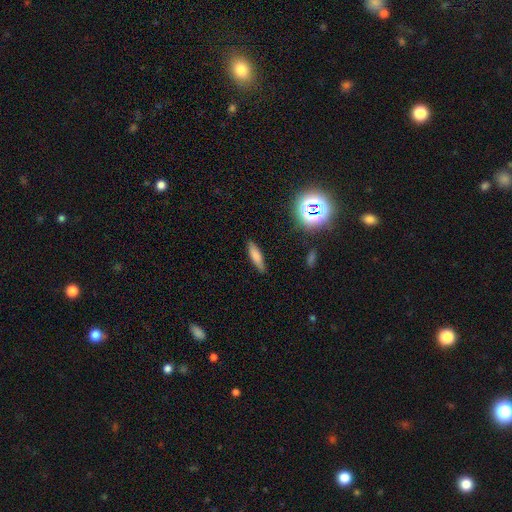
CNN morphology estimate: The model was most divided on "how rounded": cigar-shaped: 63%, in between: 35%, round: 2%. More confident: merging — none (84%); smooth or featured — smooth (75%).